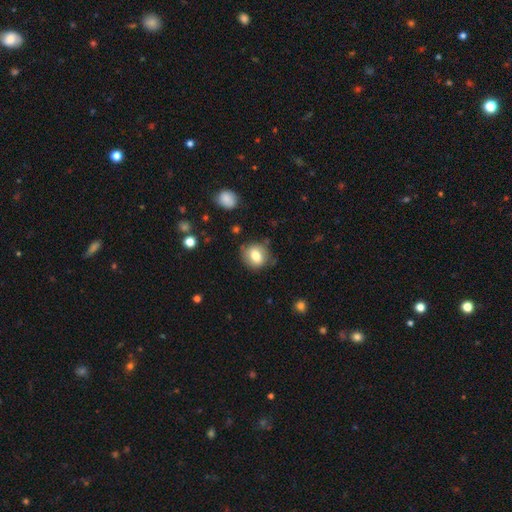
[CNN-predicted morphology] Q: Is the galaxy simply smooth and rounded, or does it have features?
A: smooth — 74%.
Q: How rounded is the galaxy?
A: round — 67%.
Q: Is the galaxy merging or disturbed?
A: none — 76%.